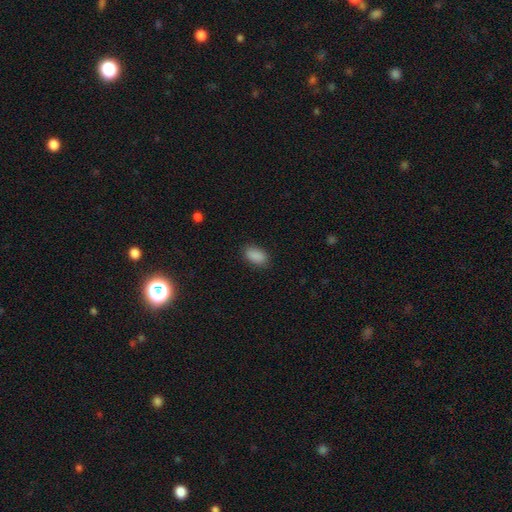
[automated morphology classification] A smooth galaxy with no disk features (89%) that is in between round and cigar-shaped (91%).

Vote fractions:
- Smooth or featured? smooth: 89% / star or artifact: 8% / featured or disk: 3%
- How rounded? in between: 91% / round: 6% / cigar-shaped: 2%
- Merging? none: 85% / minor disturbance: 11% / major disturbance: 3% / merger: 1%